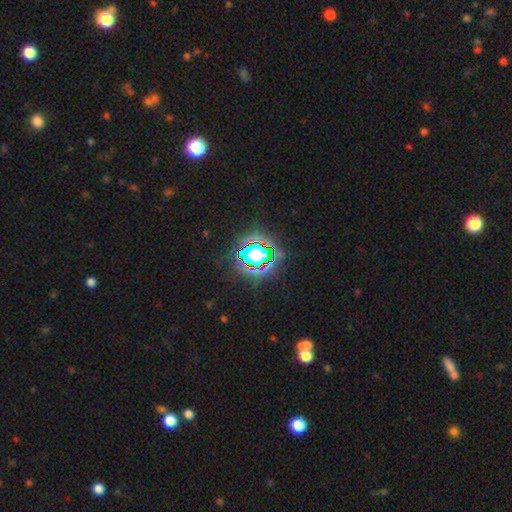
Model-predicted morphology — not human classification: type=star or artifact (73%).